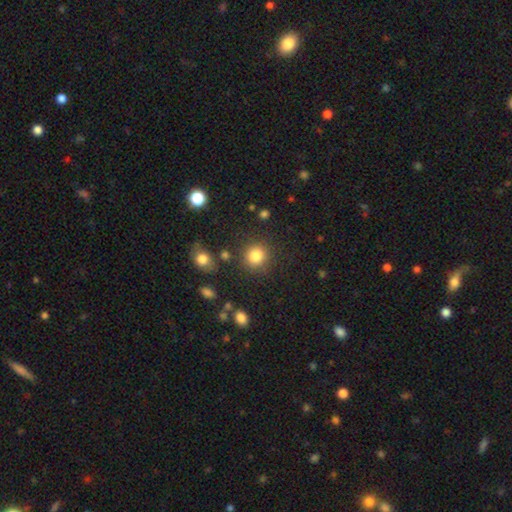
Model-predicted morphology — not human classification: This is clearly a smooth galaxy (84%). How rounded: clearly round (88%). Merging: clearly none (84%).